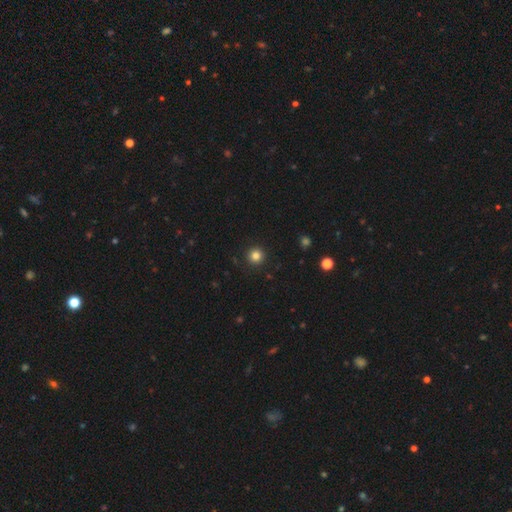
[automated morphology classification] This appears to be a smooth galaxy with no disk features (84%) that is round (96%). Merging: none (92%).